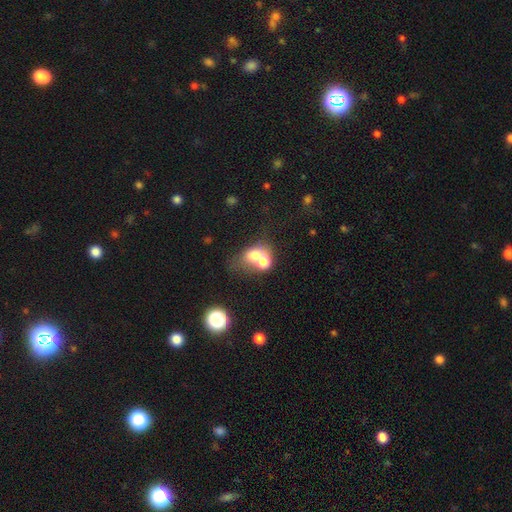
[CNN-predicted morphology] Overall: smooth (64%). How rounded: in between (50%; round 49%). Merging: merger (62%; none 22%).